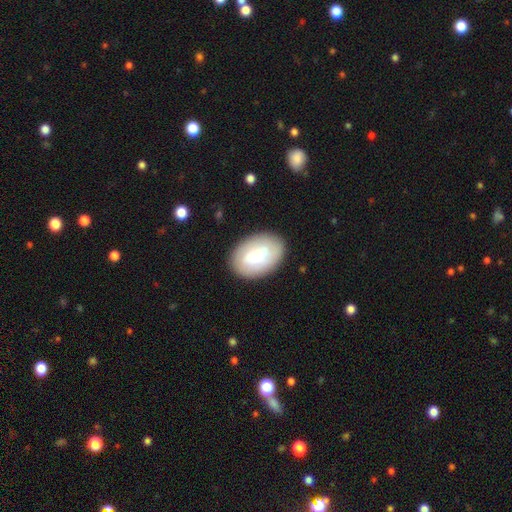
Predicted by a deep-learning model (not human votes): This appears to be a smooth galaxy with no disk features (61%) that is in between round and cigar-shaped (81%). Merging: none (74%).